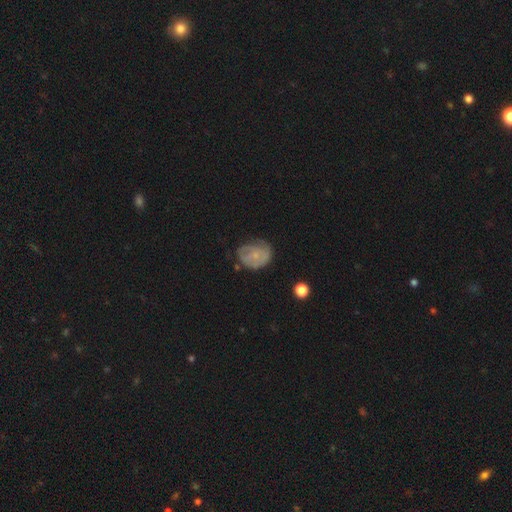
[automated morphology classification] smooth_or_featured: featured or disk (p=0.58) [alt: smooth p=0.34]
disk_edge_on: no (p=0.97) [alt: yes p=0.03]
bar: no (p=0.75) [alt: weak p=0.22]
has_spiral_arms: yes (p=0.75) [alt: no p=0.25]
bulge_size: small (p=0.72) [alt: moderate p=0.16]
merging: none (p=0.53) [alt: minor disturbance p=0.30]